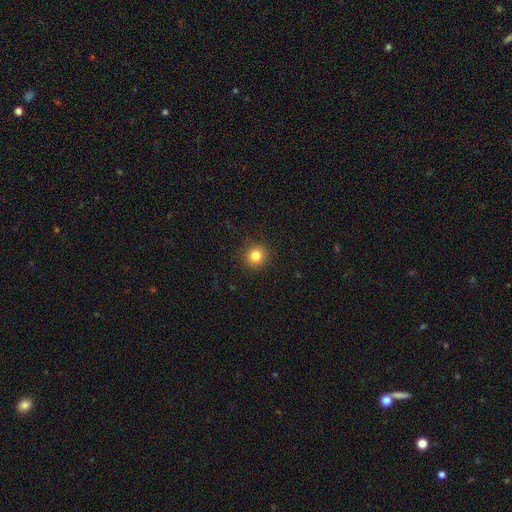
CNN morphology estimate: This appears to be a smooth galaxy with no disk features (82%) that is round (92%). Merging: none (92%).